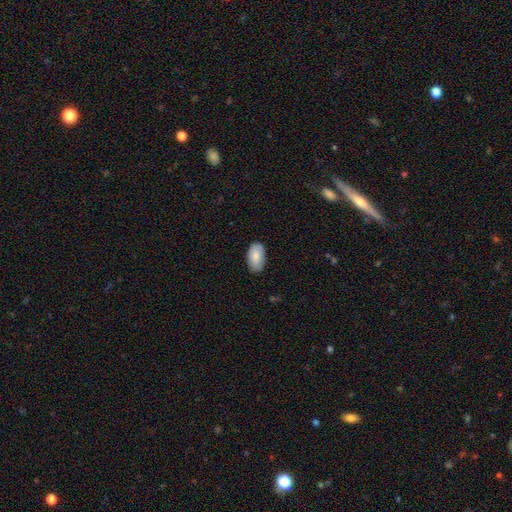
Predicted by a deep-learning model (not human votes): The model was most divided on "merging": none: 84%, minor disturbance: 13%, major disturbance: 2%, merger: 1%. More confident: how rounded — in between (95%); smooth or featured — smooth (85%).